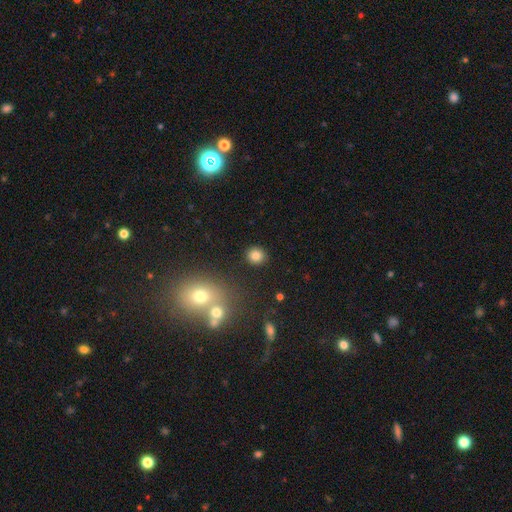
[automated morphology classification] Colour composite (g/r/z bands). It shows a smooth galaxy with no disk features (83%) that is round (84%). Merging: none (89%).